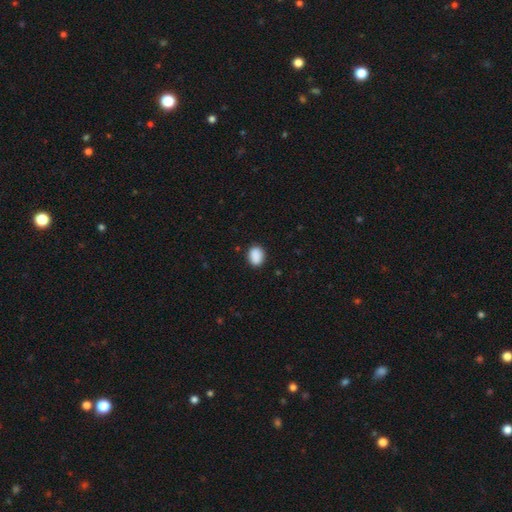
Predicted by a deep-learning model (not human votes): Q: Smooth or featured?
A: smooth (89%); runner-up: star or artifact (8%)
Q: How rounded?
A: in between (58%); runner-up: round (41%)
Q: Merging?
A: none (87%); runner-up: minor disturbance (10%)